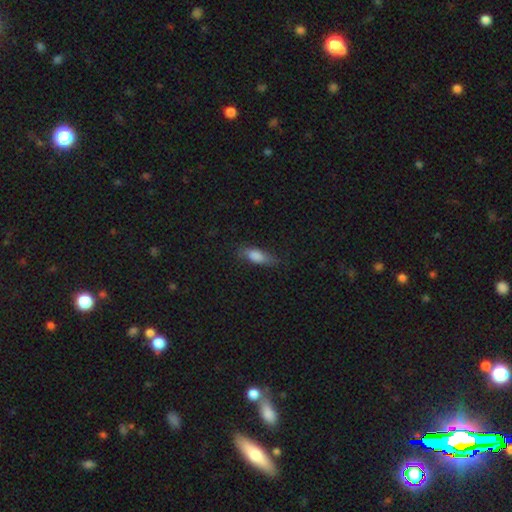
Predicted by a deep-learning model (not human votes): Smooth or featured?
  - smooth: 80% *
  - featured or disk: 12%
  - star or artifact: 8%
How rounded?
  - in between: 66% *
  - cigar-shaped: 31%
  - round: 3%
Merging?
  - none: 71% *
  - minor disturbance: 22%
  - major disturbance: 6%
  - merger: 1%